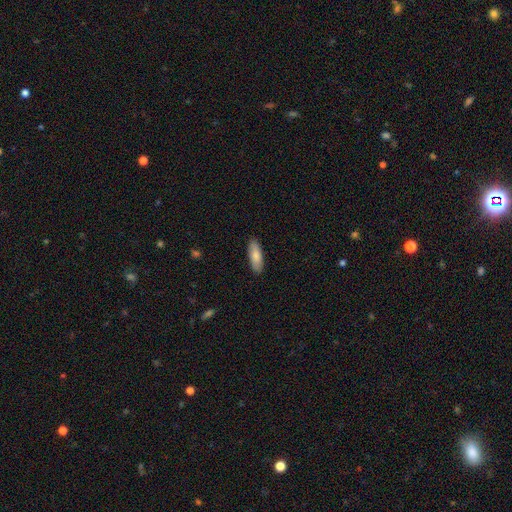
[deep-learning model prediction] smooth-or-featured: smooth: 82% | featured or disk: 12% | star or artifact: 5%
  how-rounded: in between: 60% | cigar-shaped: 38% | round: 2%
  merging: none: 89% | minor disturbance: 8% | major disturbance: 2% | merger: 1%